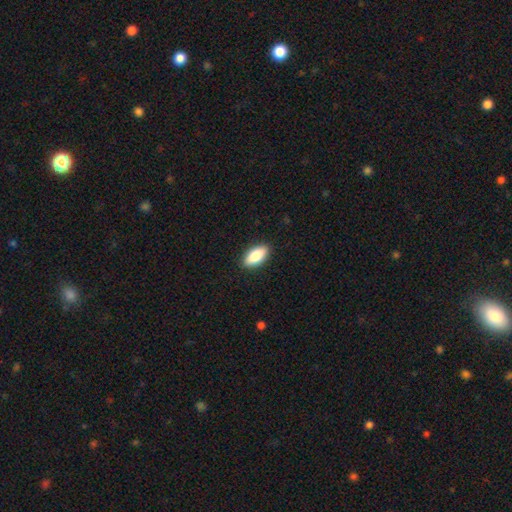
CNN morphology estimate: smooth-or-featured: smooth: 84% | featured or disk: 10% | star or artifact: 6%
  how-rounded: in between: 89% | cigar-shaped: 8% | round: 3%
  merging: none: 89% | minor disturbance: 8% | major disturbance: 2% | merger: 1%